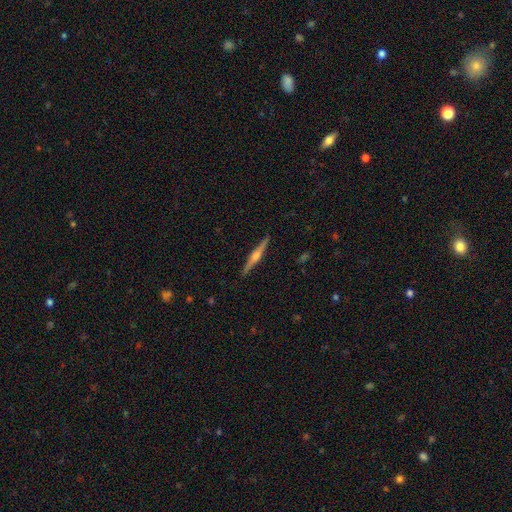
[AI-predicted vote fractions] A featured or disk galaxy (77%) viewed edge-on (98%) with a rounded central bulge (87%). Merging: none (92%).